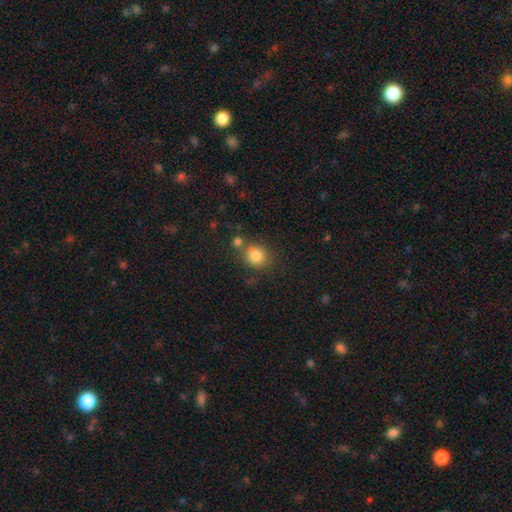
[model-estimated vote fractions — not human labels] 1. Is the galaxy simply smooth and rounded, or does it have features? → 82% smooth, 11% star or artifact, 7% featured or disk.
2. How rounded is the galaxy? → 77% round, 22% in between, 1% cigar-shaped.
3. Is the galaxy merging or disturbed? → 64% none, 19% merger, 13% minor disturbance, 4% major disturbance.